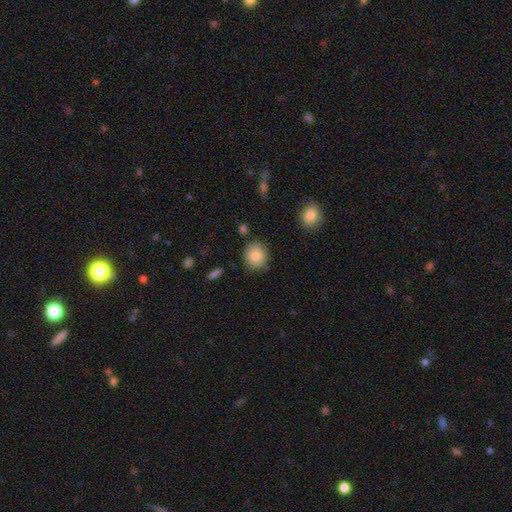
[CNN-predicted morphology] Smooth or featured?
  - smooth: 85% *
  - star or artifact: 8%
  - featured or disk: 7%
How rounded?
  - round: 77% *
  - in between: 22%
  - cigar-shaped: 1%
Merging?
  - none: 82% *
  - minor disturbance: 13%
  - major disturbance: 3%
  - merger: 3%